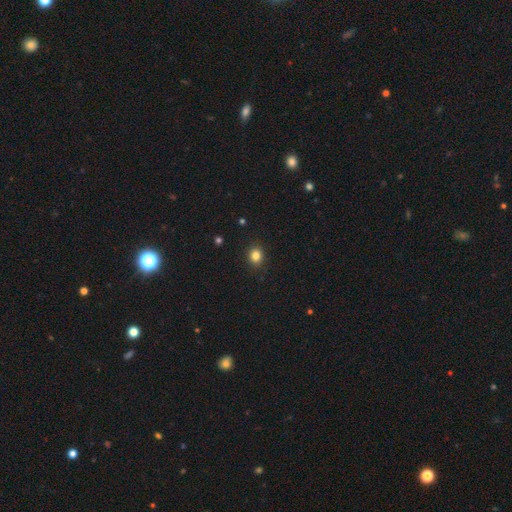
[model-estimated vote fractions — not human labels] The model was most divided on "how rounded": round: 70%, in between: 30%, cigar-shaped: 1%. More confident: merging — none (90%); smooth or featured — smooth (83%).